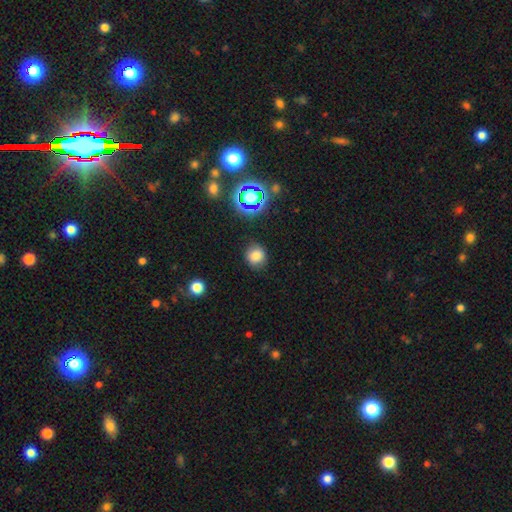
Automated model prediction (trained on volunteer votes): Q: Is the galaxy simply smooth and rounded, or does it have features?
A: smooth — 77%.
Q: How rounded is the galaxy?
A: round — 79%.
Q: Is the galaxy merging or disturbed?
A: none — 83%.